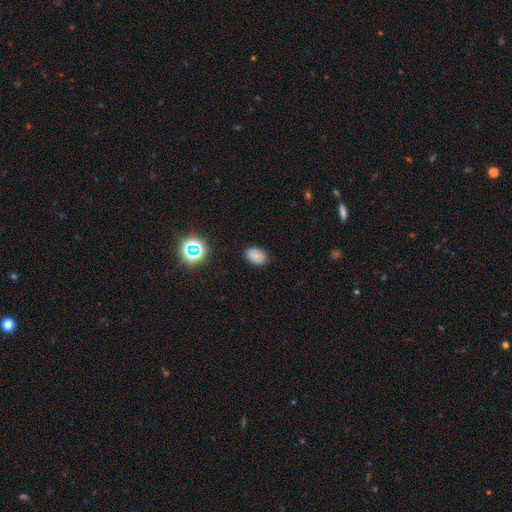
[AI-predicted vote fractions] smooth-or-featured: smooth: 80% | star or artifact: 15% | featured or disk: 5%
  how-rounded: in between: 84% | round: 14% | cigar-shaped: 1%
  merging: none: 86% | minor disturbance: 10% | major disturbance: 3% | merger: 1%